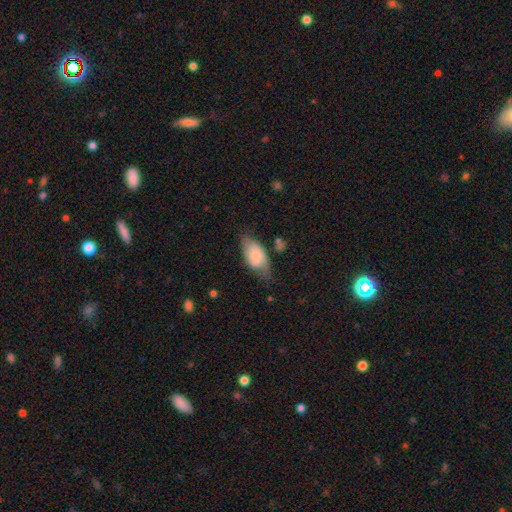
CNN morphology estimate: This is likely a smooth galaxy (61%). How rounded: clearly in between (91%). Merging: possibly none (50%).